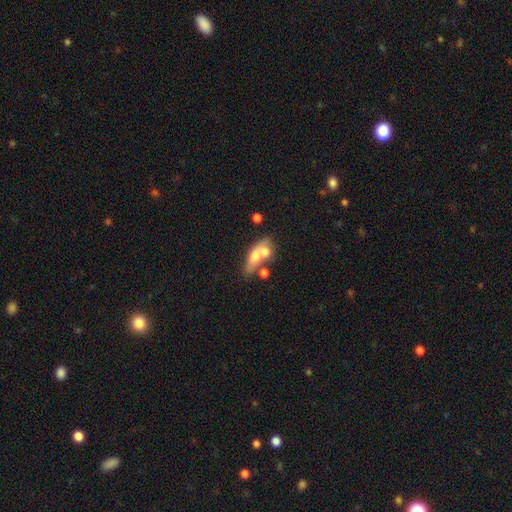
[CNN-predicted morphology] This appears to be a smooth galaxy with no disk features (57%) that is in between round and cigar-shaped (60%). Merging: merger (51%).